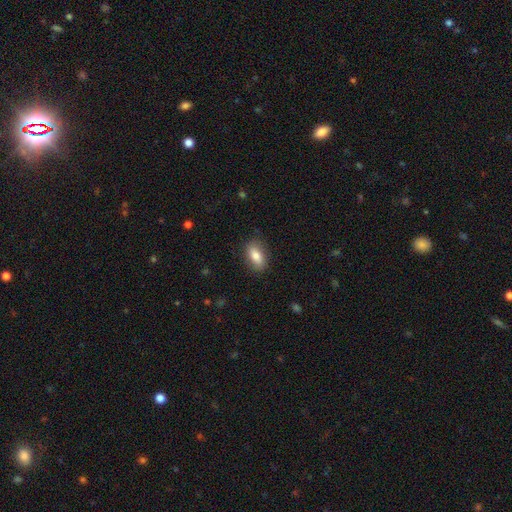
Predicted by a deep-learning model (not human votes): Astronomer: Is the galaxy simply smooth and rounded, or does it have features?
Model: smooth — 80%.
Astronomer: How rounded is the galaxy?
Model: in between — 86%.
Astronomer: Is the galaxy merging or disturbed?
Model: none — 83%.